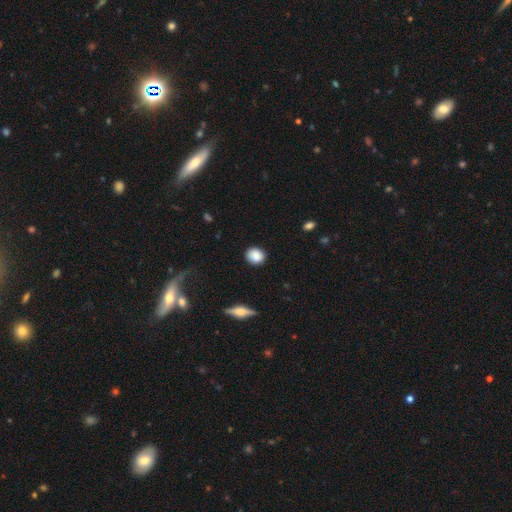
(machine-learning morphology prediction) smooth 87%, star or artifact 7%, featured or disk 5%. Down the decision tree: how rounded — round (77%); merging — none (88%).